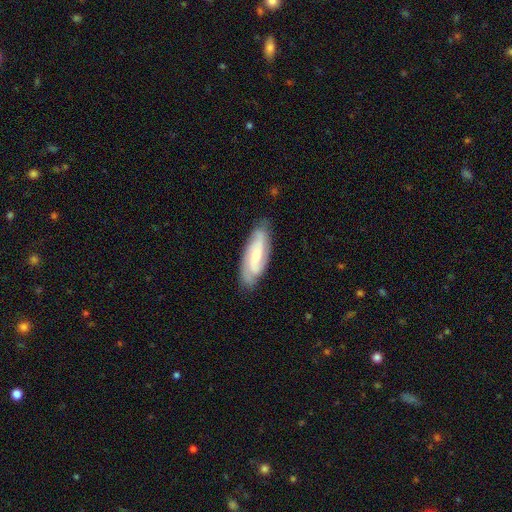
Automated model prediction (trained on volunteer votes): Smooth or featured? Predicted: featured or disk (p=0.66). Edge-on disk? Predicted: no (p=0.87). Bar? Predicted: no (p=0.45). Spiral arms? Predicted: yes (p=0.93). Spiral winding? Predicted: tight (p=0.42). Spiral arm count? Predicted: 2 (p=0.56). Bulge size? Predicted: small (p=0.50). Merging? Predicted: none (p=0.79).